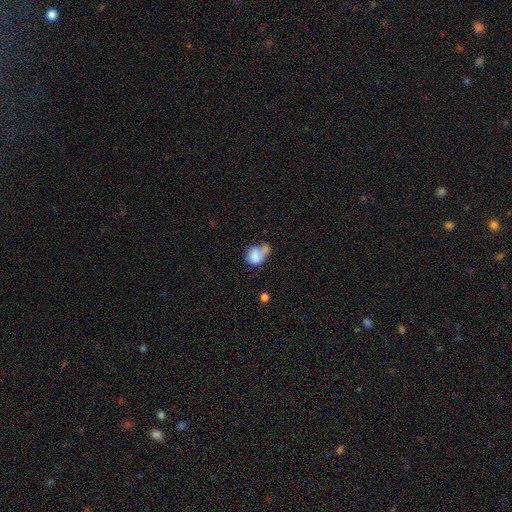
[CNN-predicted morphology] Overall: smooth (74%). How rounded: in between (64%; round 35%). Merging: merger (29%; minor disturbance 26%).